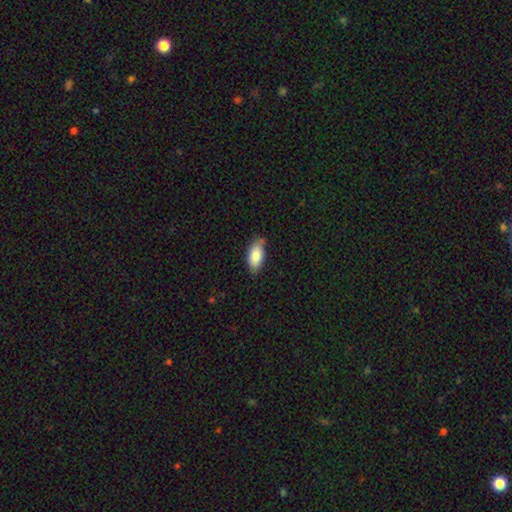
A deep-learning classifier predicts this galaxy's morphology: Smooth or featured? Predicted: smooth (p=0.83). How rounded? Predicted: in between (p=0.92). Merging? Predicted: none (p=0.69).